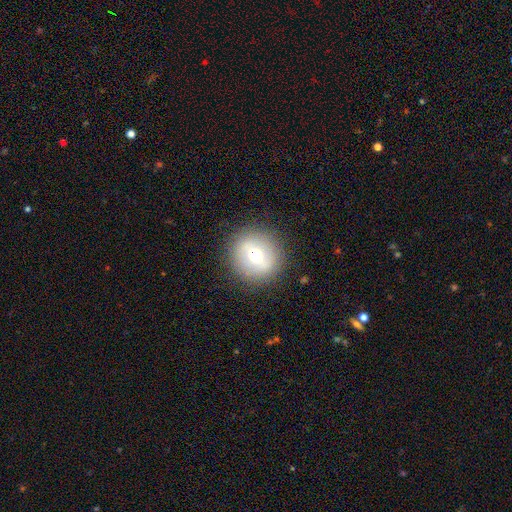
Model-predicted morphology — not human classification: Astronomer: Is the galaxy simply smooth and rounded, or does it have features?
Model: smooth — 51% (runner-up: featured or disk, 40%).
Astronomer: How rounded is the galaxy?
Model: round — 93%.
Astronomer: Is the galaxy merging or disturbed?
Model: none — 88%.